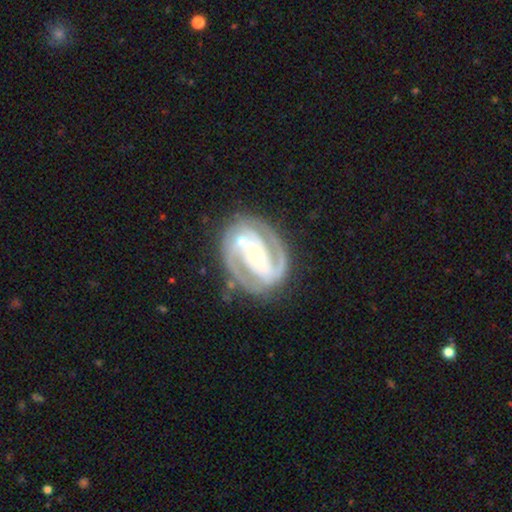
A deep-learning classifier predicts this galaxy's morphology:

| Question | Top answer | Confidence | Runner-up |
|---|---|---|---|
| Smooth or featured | featured or disk | 90% | smooth (6%) |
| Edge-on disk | no | 97% | yes (3%) |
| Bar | strong | 50% | weak (28%) |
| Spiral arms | yes | 96% | no (4%) |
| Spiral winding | tight | 51% | medium (41%) |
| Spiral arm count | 2 | 85% | 3 (6%) |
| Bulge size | moderate | 55% | small (39%) |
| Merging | none | 69% | minor disturbance (14%) |